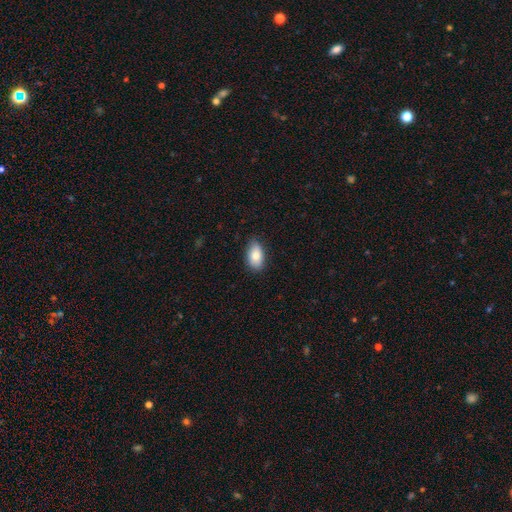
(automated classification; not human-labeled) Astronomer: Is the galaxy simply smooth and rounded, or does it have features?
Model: smooth — 83%.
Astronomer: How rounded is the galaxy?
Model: in between — 92%.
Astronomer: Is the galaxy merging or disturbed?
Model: none — 81%.